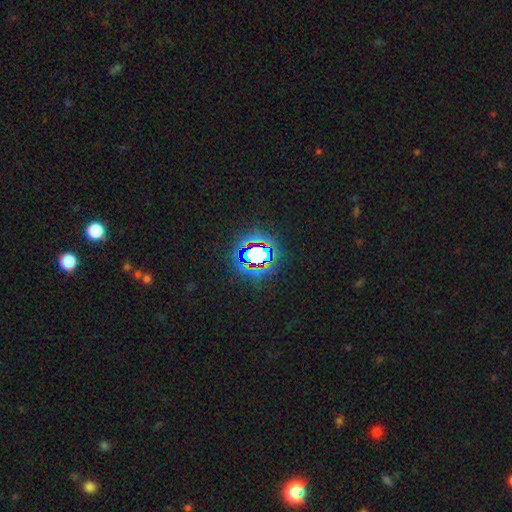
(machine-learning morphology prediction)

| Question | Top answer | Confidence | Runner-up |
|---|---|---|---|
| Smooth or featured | star or artifact | 67% | smooth (19%) |